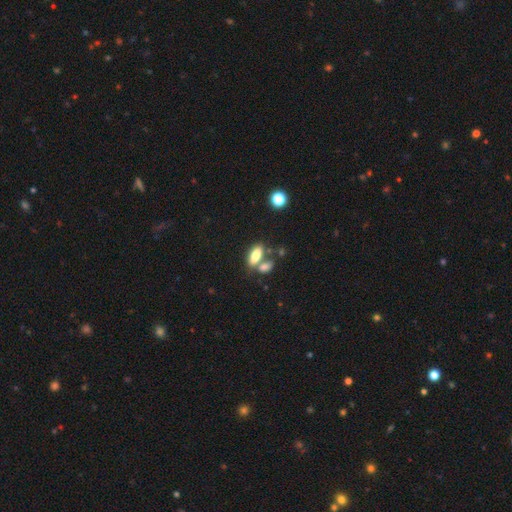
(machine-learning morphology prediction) type=smooth (81%); roundness=in between (81%); merging=none (43%).